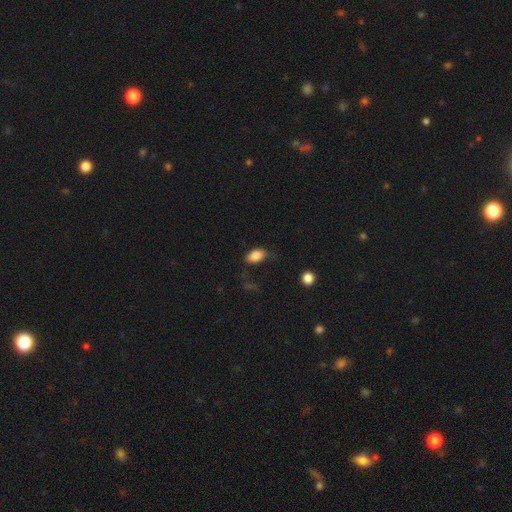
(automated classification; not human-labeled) Q: Smooth or featured?
A: smooth (85%); runner-up: star or artifact (8%)
Q: How rounded?
A: in between (90%); runner-up: round (8%)
Q: Merging?
A: none (62%); runner-up: minor disturbance (26%)